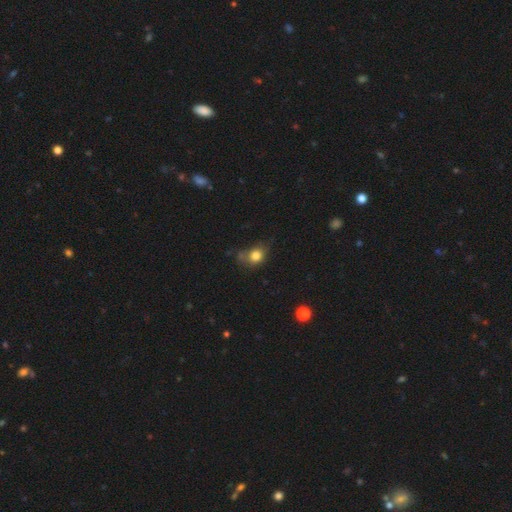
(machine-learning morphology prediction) A smooth galaxy with no disk features (78%) that is round (56%).

Vote fractions:
- Smooth or featured? smooth: 78% / star or artifact: 12% / featured or disk: 10%
- How rounded? round: 56% / in between: 42% / cigar-shaped: 2%
- Merging? none: 48% / minor disturbance: 31% / major disturbance: 14% / merger: 7%